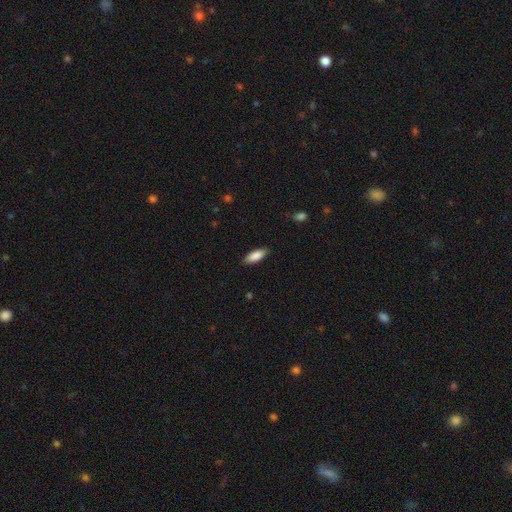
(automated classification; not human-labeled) This appears to be a smooth galaxy with no disk features (85%) that is in between round and cigar-shaped (72%). Merging: none (86%).